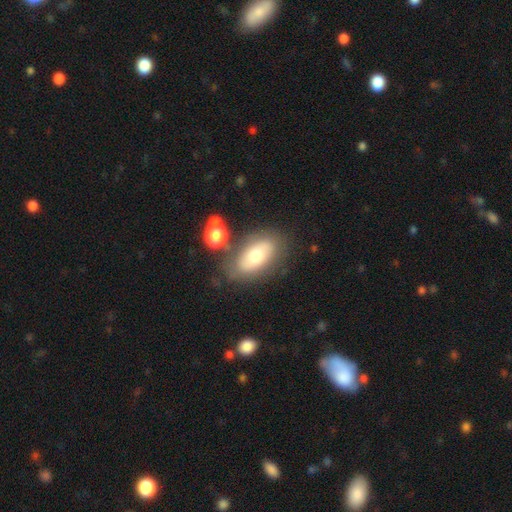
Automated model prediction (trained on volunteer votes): Smooth or featured? smooth (61%)
How rounded? in between (88%)
Merging? none (71%)